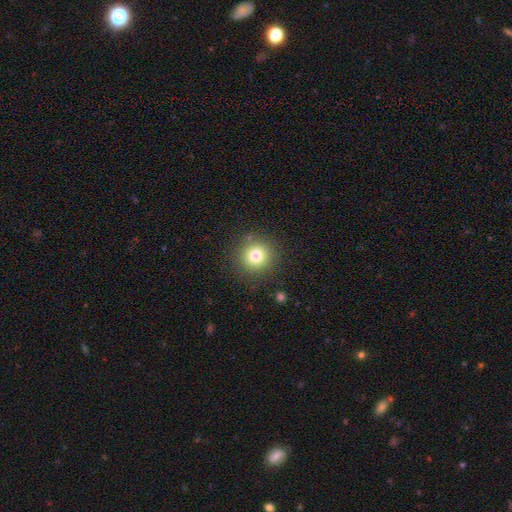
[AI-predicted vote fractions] Smooth or featured?
  - smooth: 79% *
  - star or artifact: 13%
  - featured or disk: 8%
How rounded?
  - round: 93% *
  - in between: 6%
  - cigar-shaped: 1%
Merging?
  - none: 88% *
  - minor disturbance: 7%
  - major disturbance: 3%
  - merger: 2%